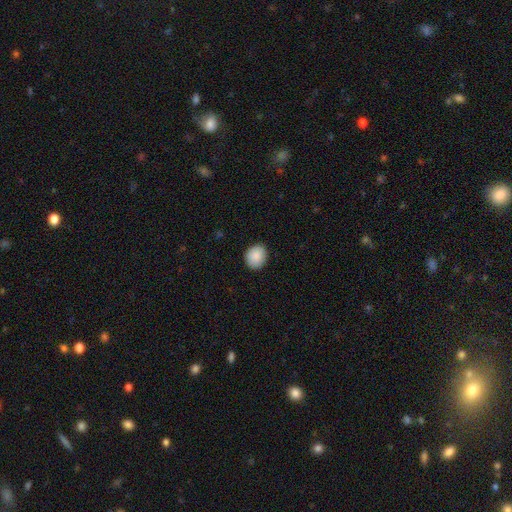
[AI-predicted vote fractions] A smooth galaxy with no disk features (89%) that is round (59%).

Vote fractions:
- Smooth or featured? smooth: 89% / star or artifact: 7% / featured or disk: 4%
- How rounded? round: 59% / in between: 41% / cigar-shaped: 1%
- Merging? none: 88% / minor disturbance: 9% / major disturbance: 2% / merger: 1%